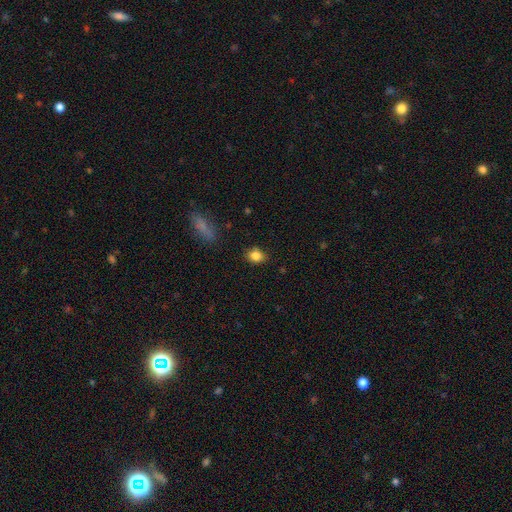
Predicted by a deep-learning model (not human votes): Smooth or featured? Predicted: smooth (p=0.83). How rounded? Predicted: in between (p=0.51). Merging? Predicted: none (p=0.80).